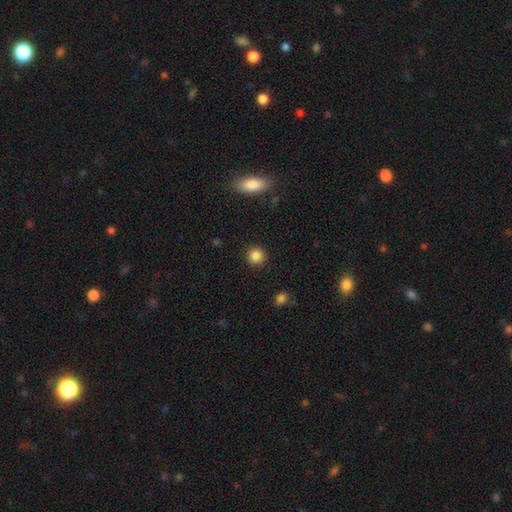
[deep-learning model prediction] Smooth or featured? smooth (86%)
How rounded? round (93%)
Merging? none (91%)